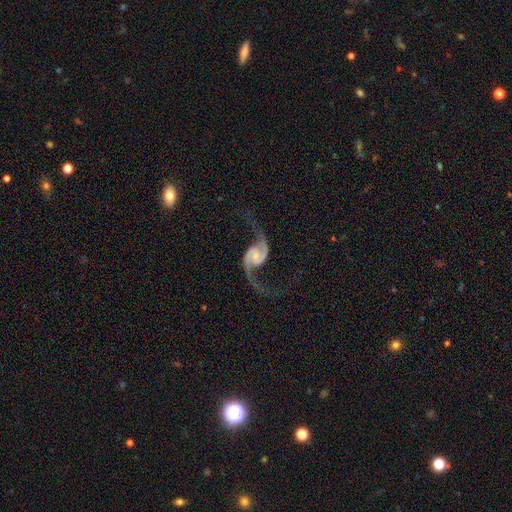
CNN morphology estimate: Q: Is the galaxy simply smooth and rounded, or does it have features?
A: featured or disk — 93%.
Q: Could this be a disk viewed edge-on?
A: no — 98%.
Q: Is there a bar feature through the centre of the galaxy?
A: no — 52%.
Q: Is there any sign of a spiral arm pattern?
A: yes — 98%.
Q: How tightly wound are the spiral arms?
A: loose — 77%.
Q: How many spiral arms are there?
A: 2 — 95%.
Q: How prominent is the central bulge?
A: small — 52%.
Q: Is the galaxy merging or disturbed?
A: none — 72%.